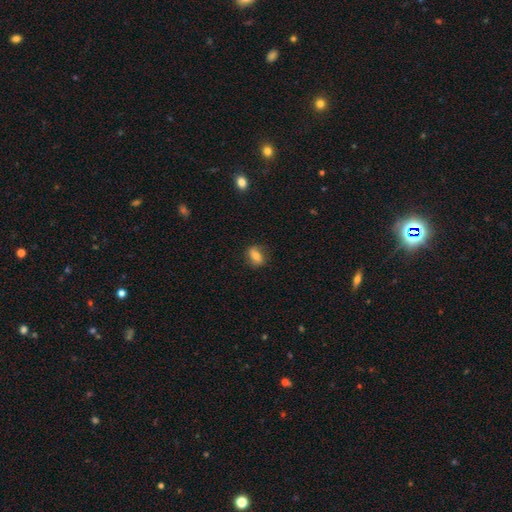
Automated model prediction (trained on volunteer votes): The model was most divided on "smooth or featured": smooth: 66%, featured or disk: 25%, star or artifact: 9%. More confident: merging — none (75%); how rounded — in between (71%).